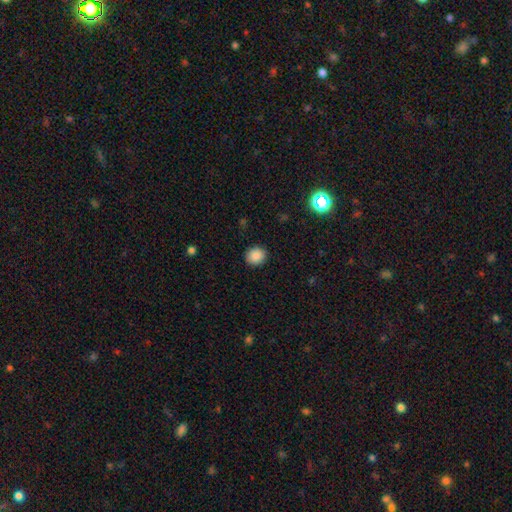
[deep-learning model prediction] smooth 88%, star or artifact 9%, featured or disk 3%. Down the decision tree: how rounded — round (82%); merging — none (90%).